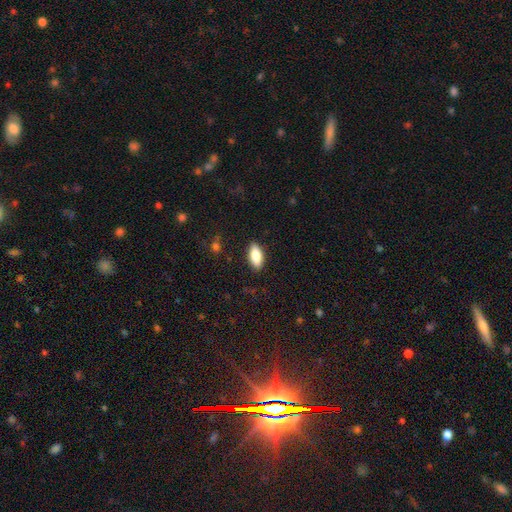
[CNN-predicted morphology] type=smooth (80%); roundness=in between (87%); merging=none (88%).